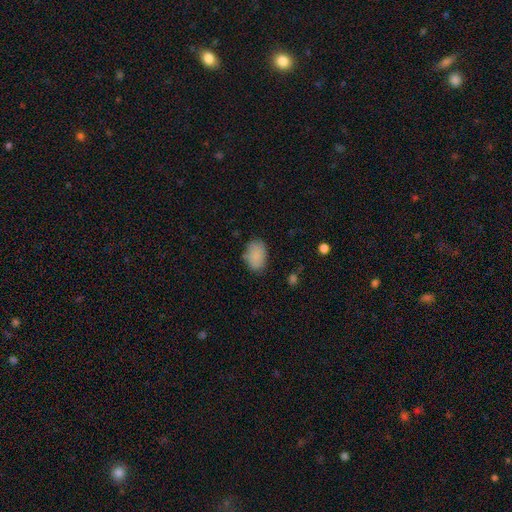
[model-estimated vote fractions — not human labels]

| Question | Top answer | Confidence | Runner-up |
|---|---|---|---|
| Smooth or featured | smooth | 87% | star or artifact (8%) |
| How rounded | in between | 84% | round (15%) |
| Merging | none | 75% | minor disturbance (18%) |